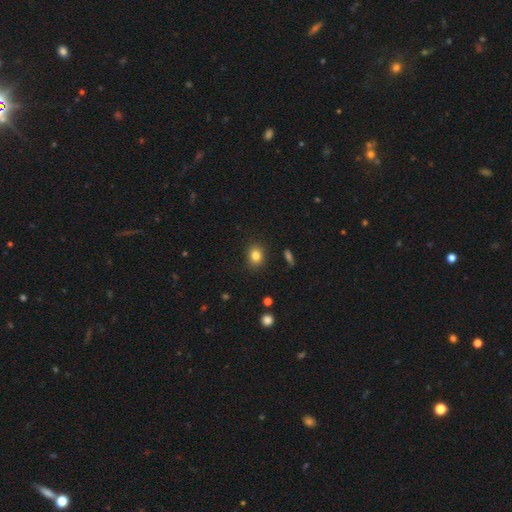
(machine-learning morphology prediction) type=smooth (83%); roundness=round (58%); merging=none (88%).